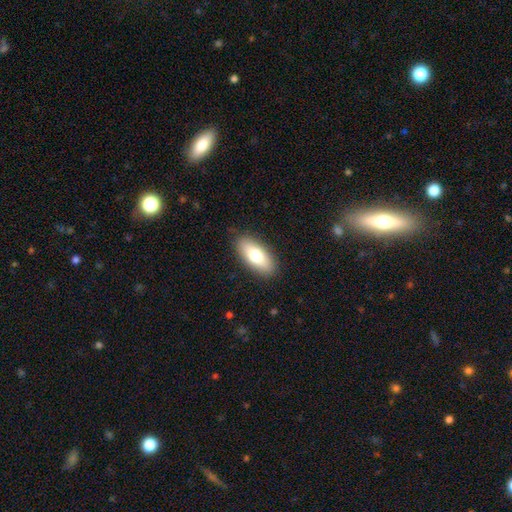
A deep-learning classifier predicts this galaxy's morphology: smooth_or_featured: smooth (p=0.75) [alt: featured or disk p=0.19]
how_rounded: in between (p=0.85) [alt: cigar-shaped p=0.12]
merging: none (p=0.88) [alt: minor disturbance p=0.09]